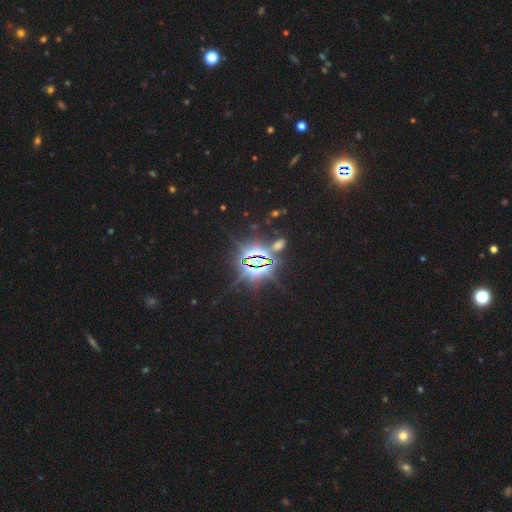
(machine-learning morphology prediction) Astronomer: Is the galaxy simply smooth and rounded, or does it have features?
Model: star or artifact — 85%.